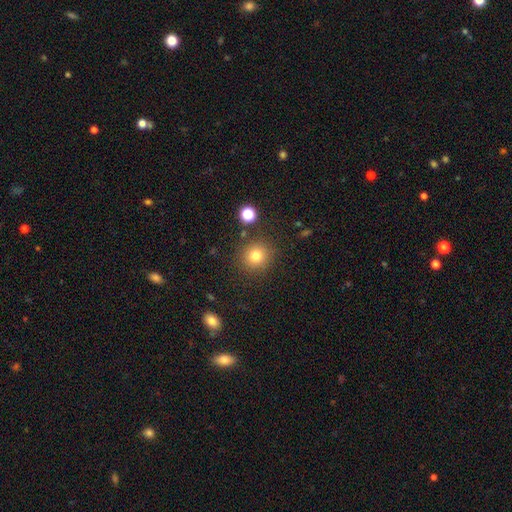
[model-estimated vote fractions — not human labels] A smooth galaxy with no disk features (79%) that is round (90%).

Vote fractions:
- Smooth or featured? smooth: 79% / star or artifact: 14% / featured or disk: 8%
- How rounded? round: 90% / in between: 9% / cigar-shaped: 1%
- Merging? none: 86% / minor disturbance: 8% / merger: 3% / major disturbance: 3%